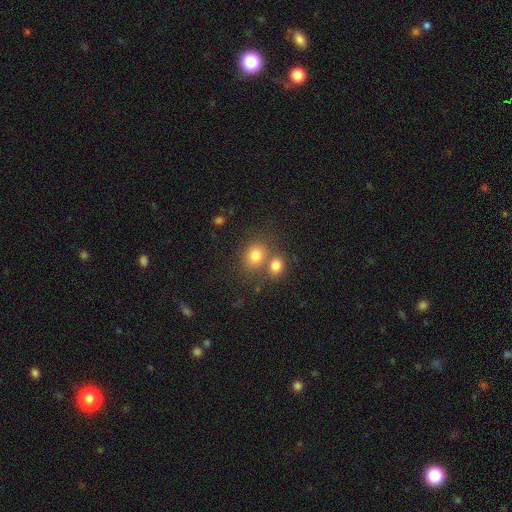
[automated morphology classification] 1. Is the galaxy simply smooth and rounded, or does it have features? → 77% smooth, 12% star or artifact, 10% featured or disk.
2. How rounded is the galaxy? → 60% round, 39% in between, 1% cigar-shaped.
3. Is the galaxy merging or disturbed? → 49% none, 39% merger, 9% minor disturbance, 4% major disturbance.